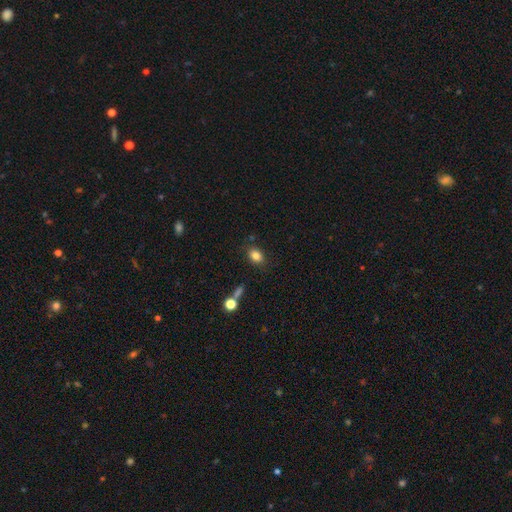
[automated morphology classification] Overall: smooth (83%). How rounded: in between (75%). Merging: none (80%).